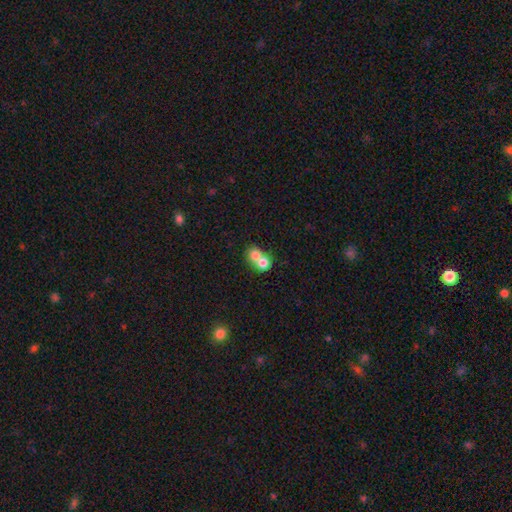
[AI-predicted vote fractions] smooth-or-featured: smooth: 75% | featured or disk: 15% | star or artifact: 9%
  how-rounded: round: 75% | in between: 24% | cigar-shaped: 1%
  merging: merger: 68% | none: 25% | minor disturbance: 4% | major disturbance: 2%